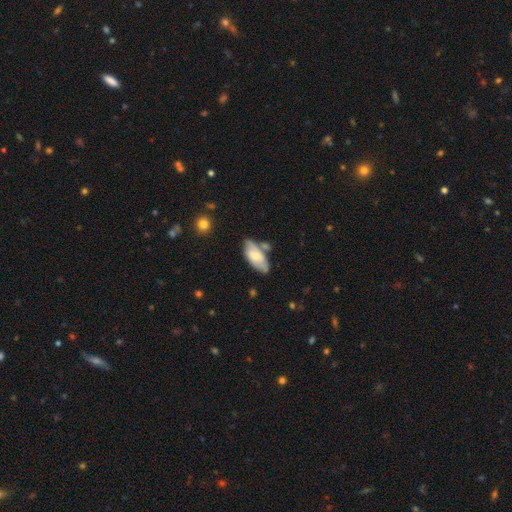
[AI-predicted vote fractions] A smooth galaxy with no disk features (60%) that is in between round and cigar-shaped (88%).

Vote fractions:
- Smooth or featured? smooth: 60% / featured or disk: 33% / star or artifact: 6%
- How rounded? in between: 88% / cigar-shaped: 10% / round: 2%
- Merging? none: 57% / minor disturbance: 23% / merger: 14% / major disturbance: 6%